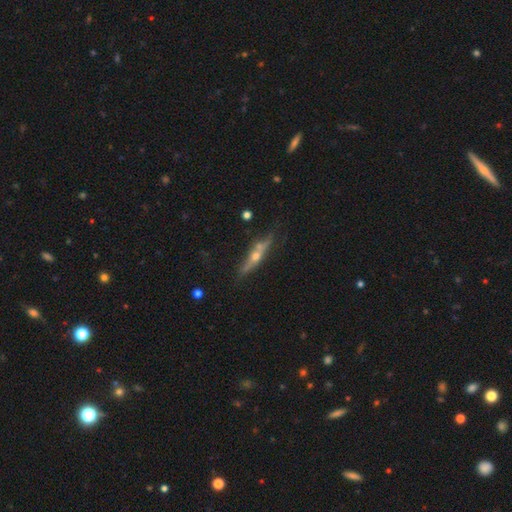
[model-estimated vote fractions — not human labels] The model was most divided on "smooth or featured": featured or disk: 71%, smooth: 22%, star or artifact: 7%. More confident: edge-on disk — yes (94%); edge-on bulge — rounded (92%); merging — none (76%).